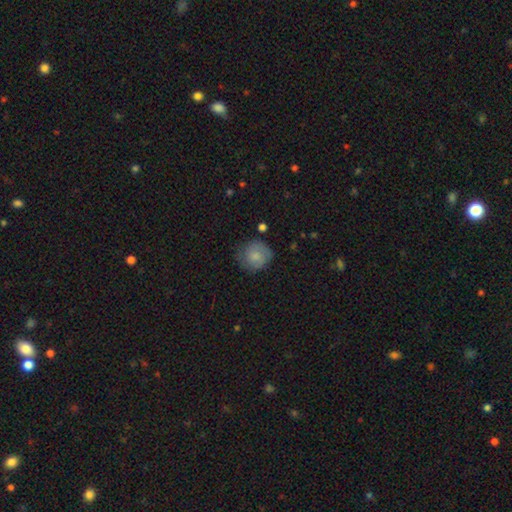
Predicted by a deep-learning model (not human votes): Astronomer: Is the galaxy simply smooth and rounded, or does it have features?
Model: smooth — 74%.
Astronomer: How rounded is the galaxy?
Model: round — 85%.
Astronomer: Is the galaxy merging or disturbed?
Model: none — 65%.